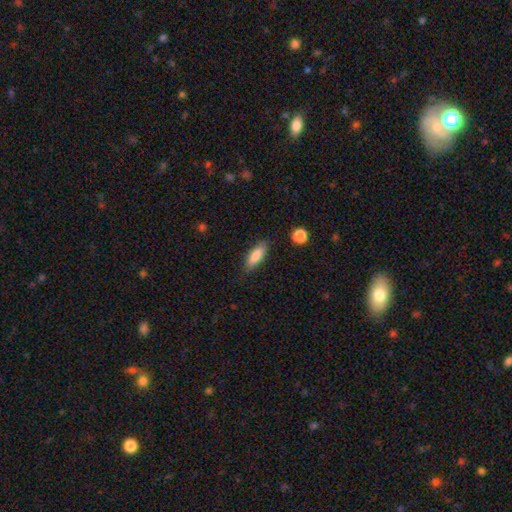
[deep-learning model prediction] Q: Smooth or featured?
A: smooth (83%); runner-up: featured or disk (10%)
Q: How rounded?
A: in between (54%); runner-up: cigar-shaped (44%)
Q: Merging?
A: none (84%); runner-up: minor disturbance (12%)